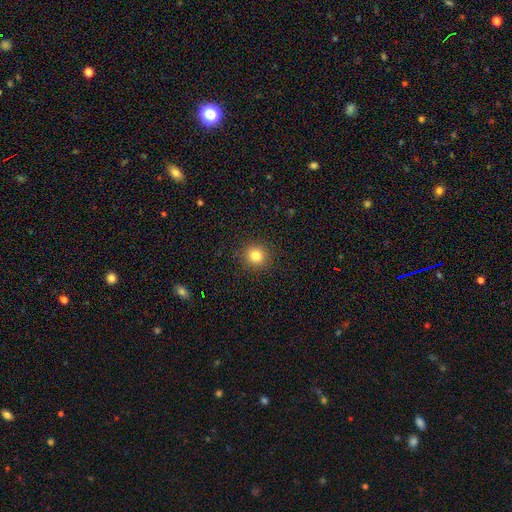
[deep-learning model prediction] Smooth or featured? Predicted: smooth (p=0.83). How rounded? Predicted: round (p=0.92). Merging? Predicted: none (p=0.90).